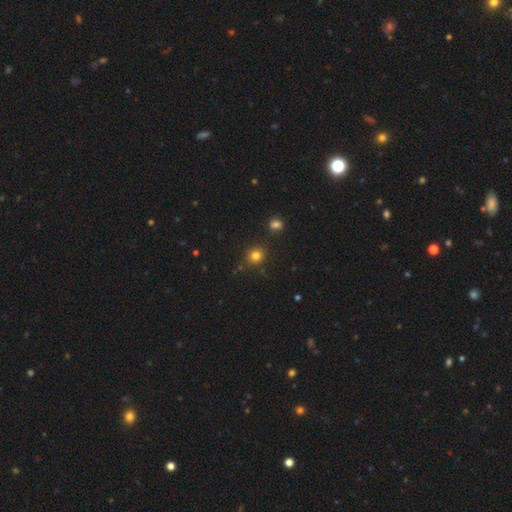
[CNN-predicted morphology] Smooth or featured? smooth (79%)
How rounded? round (83%)
Merging? none (81%)